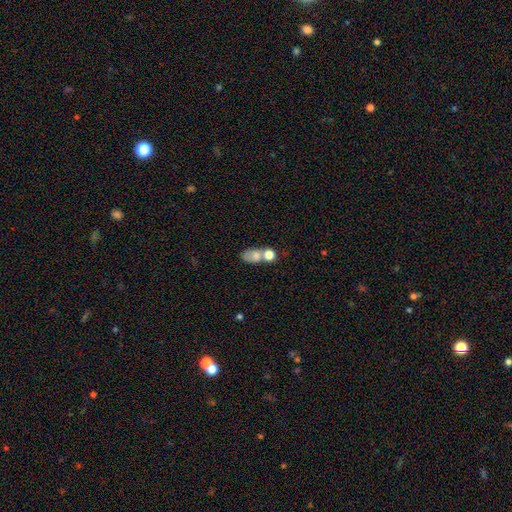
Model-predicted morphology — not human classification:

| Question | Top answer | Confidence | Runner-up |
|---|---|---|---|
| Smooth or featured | smooth | 71% | featured or disk (18%) |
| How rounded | in between | 73% | round (24%) |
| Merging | merger | 47% | none (31%) |